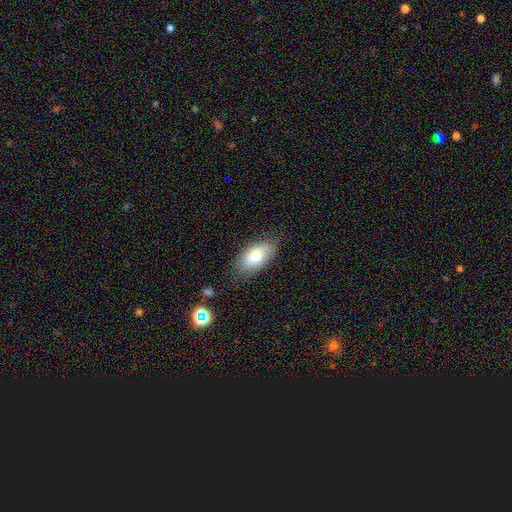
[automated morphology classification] This appears to be a smooth galaxy with no disk features (73%) that is in between round and cigar-shaped (92%). Merging: none (77%).